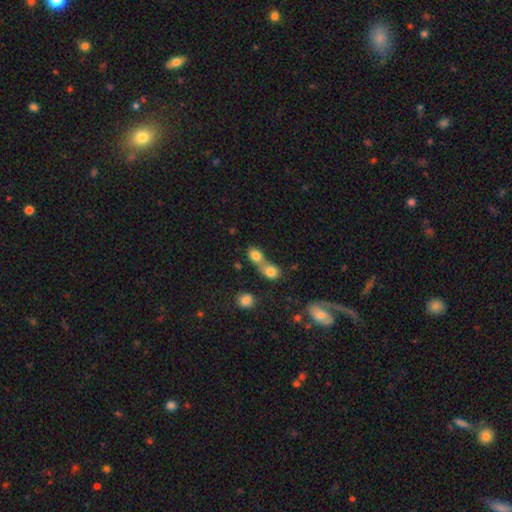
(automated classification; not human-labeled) This is clearly a smooth galaxy (80%). How rounded: possibly in between (49%, tied with round). Merging: likely merger (65%).